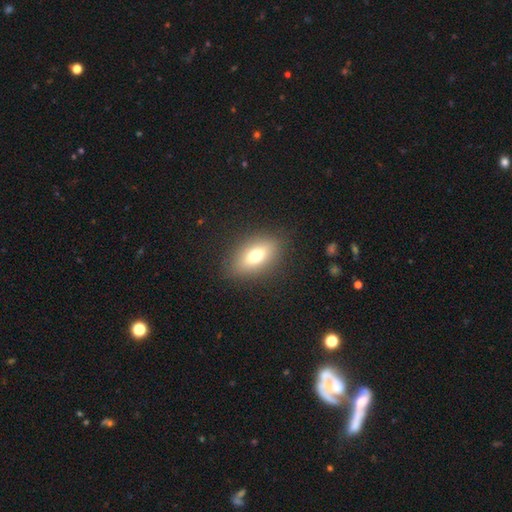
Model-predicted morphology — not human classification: Smooth or featured: smooth — 71% (featured or disk — 20%)
How rounded: in between — 83% (cigar-shaped — 9%)
Merging: none — 86% (minor disturbance — 9%)